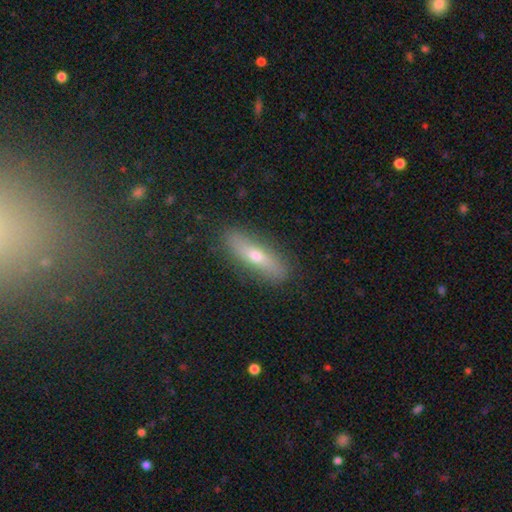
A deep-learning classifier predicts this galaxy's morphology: type=smooth (49%); merging=none (87%).